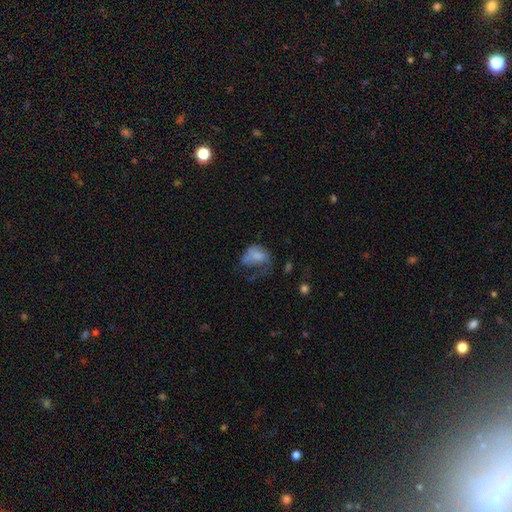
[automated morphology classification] Overall: smooth (64%; featured or disk 26%). How rounded: in between (75%). Merging: major disturbance (54%; minor disturbance 22%).